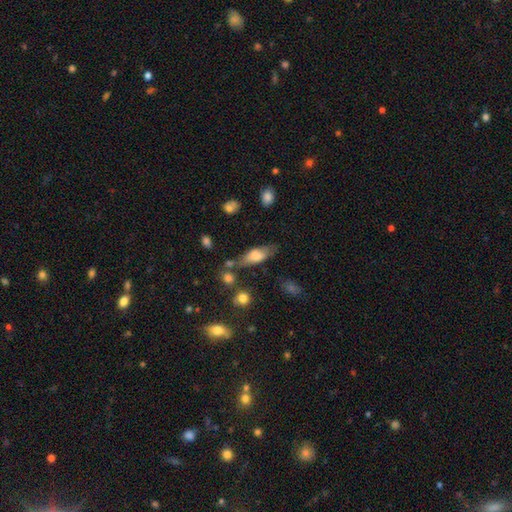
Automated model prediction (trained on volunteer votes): Smooth or featured?
  - smooth: 63% *
  - featured or disk: 29%
  - star or artifact: 8%
How rounded?
  - in between: 69% *
  - cigar-shaped: 27%
  - round: 4%
Merging?
  - none: 56% *
  - minor disturbance: 24%
  - major disturbance: 10%
  - merger: 9%